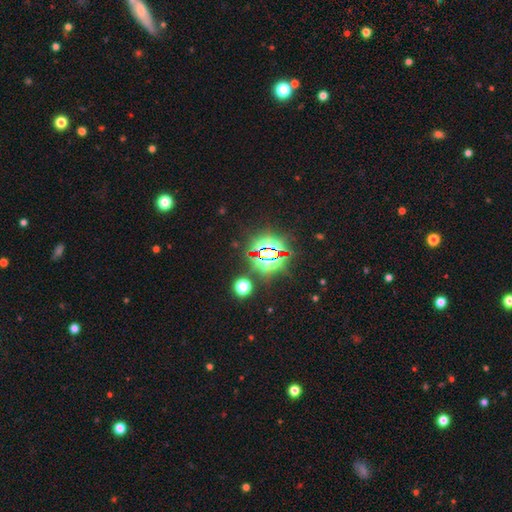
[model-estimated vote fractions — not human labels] Smooth or featured: star or artifact — 84% (smooth — 9%)